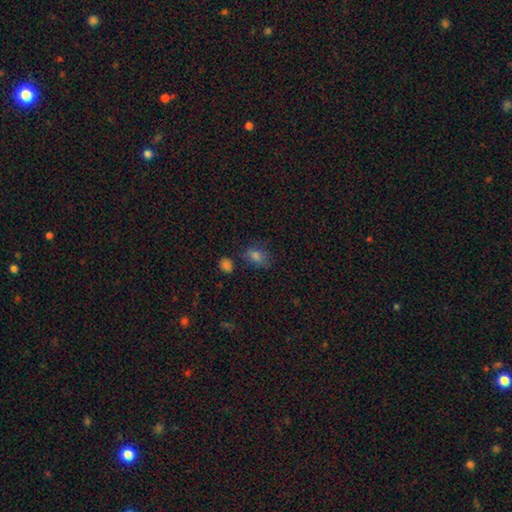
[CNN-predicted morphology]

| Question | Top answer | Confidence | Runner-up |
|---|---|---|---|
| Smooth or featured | smooth | 77% | star or artifact (14%) |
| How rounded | in between | 74% | round (24%) |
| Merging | none | 64% | minor disturbance (22%) |